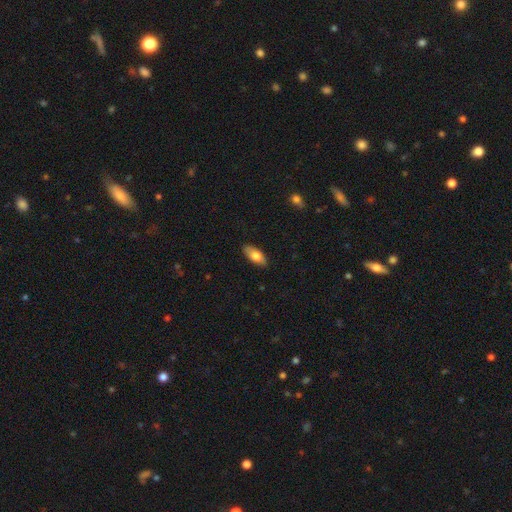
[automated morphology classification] Smooth or featured: smooth — 78% (featured or disk — 16%)
How rounded: in between — 88% (cigar-shaped — 10%)
Merging: none — 87% (minor disturbance — 10%)